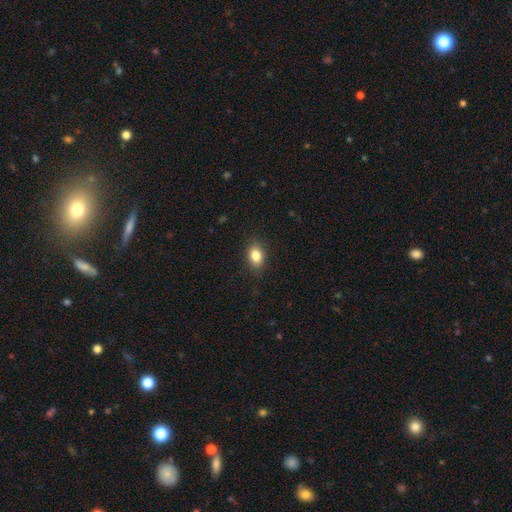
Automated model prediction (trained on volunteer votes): smooth 84%, star or artifact 9%, featured or disk 7%. Down the decision tree: how rounded — in between (78%); merging — none (86%).